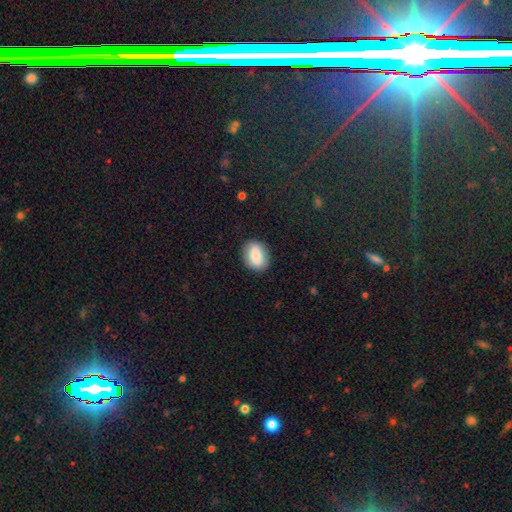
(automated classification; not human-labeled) smooth-or-featured: smooth: 84% | featured or disk: 9% | star or artifact: 7%
  how-rounded: in between: 78% | round: 20% | cigar-shaped: 2%
  merging: none: 85% | minor disturbance: 11% | major disturbance: 3% | merger: 1%